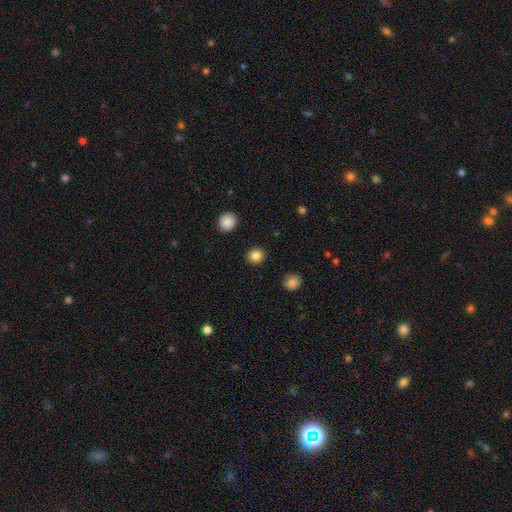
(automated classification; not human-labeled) Smooth or featured: smooth — 85% (star or artifact — 11%)
How rounded: round — 86% (in between — 13%)
Merging: none — 92% (minor disturbance — 5%)